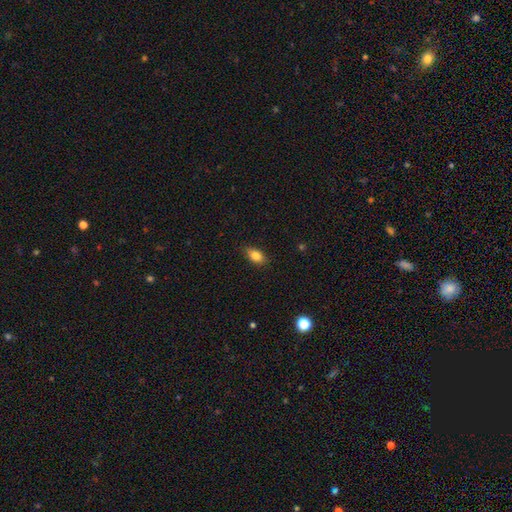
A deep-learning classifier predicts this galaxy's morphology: type=smooth (82%); roundness=in between (82%); merging=none (80%).